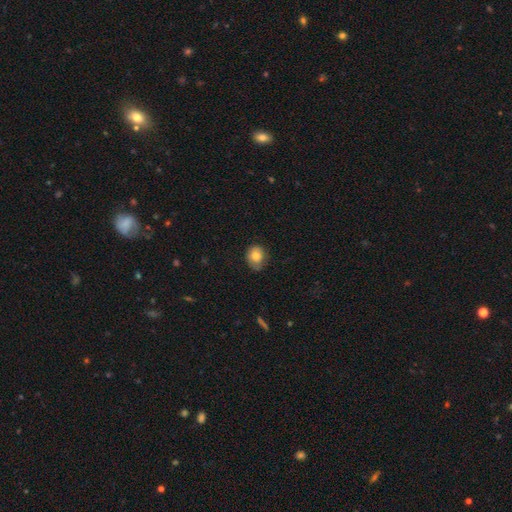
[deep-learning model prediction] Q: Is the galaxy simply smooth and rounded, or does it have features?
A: smooth — 78%.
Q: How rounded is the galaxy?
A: round — 63%.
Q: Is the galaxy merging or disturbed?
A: none — 64%.